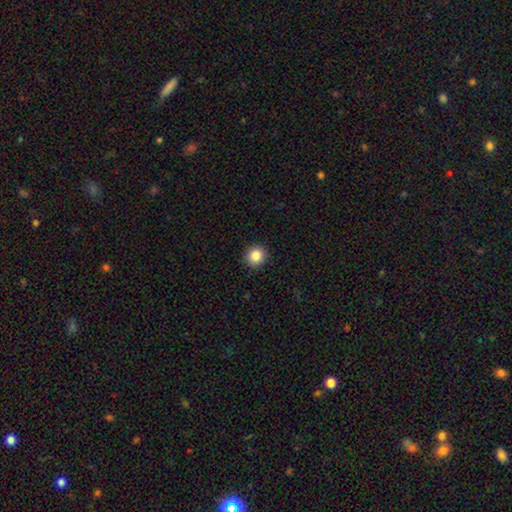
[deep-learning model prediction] This is clearly a smooth galaxy (85%). How rounded: clearly round (92%). Merging: clearly none (93%).